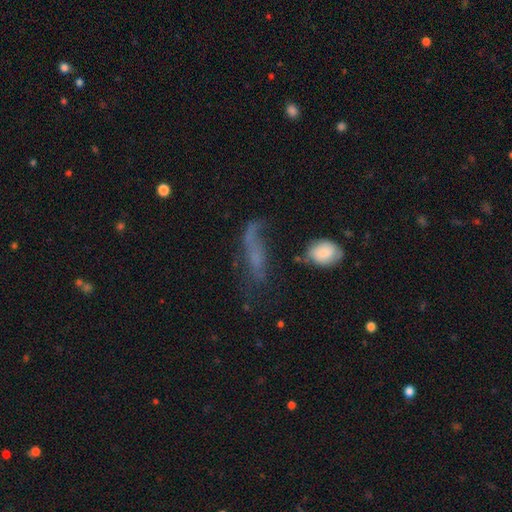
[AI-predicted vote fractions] Smooth or featured? featured or disk (42%)
Merging? none (35%)